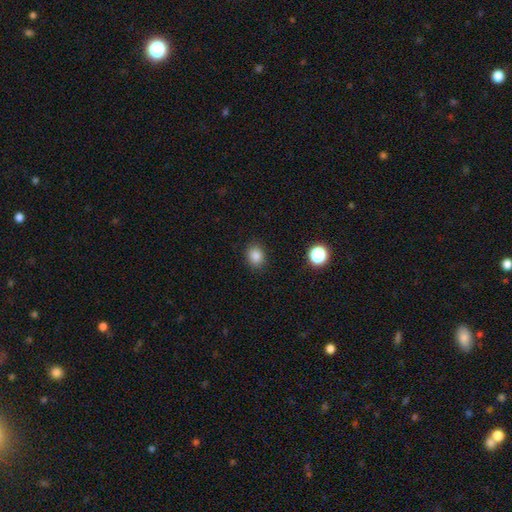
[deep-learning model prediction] smooth-or-featured: smooth: 84% | star or artifact: 12% | featured or disk: 4%
  how-rounded: round: 57% | in between: 42% | cigar-shaped: 1%
  merging: none: 88% | minor disturbance: 9% | major disturbance: 3% | merger: 1%